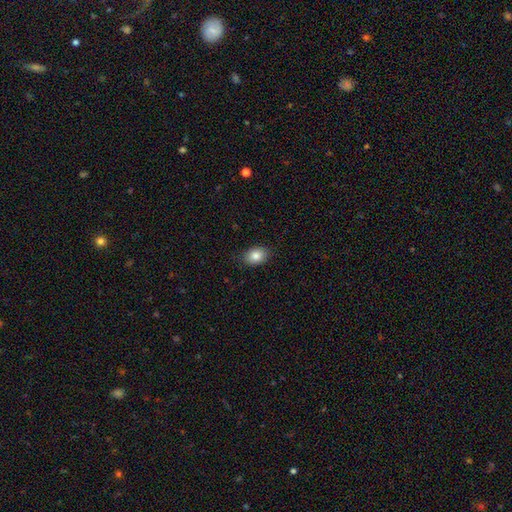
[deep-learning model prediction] smooth_or_featured: smooth (p=0.85) [alt: star or artifact p=0.08]
how_rounded: in between (p=0.74) [alt: round p=0.25]
merging: none (p=0.87) [alt: minor disturbance p=0.10]